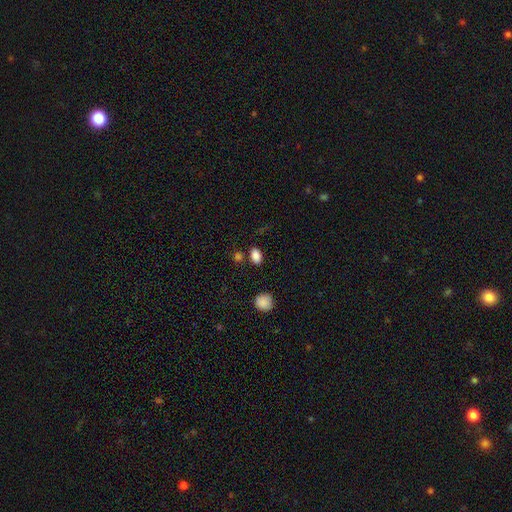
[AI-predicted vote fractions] Morphology: type=smooth (86%); roundness=in between (82%); merging=none (79%).